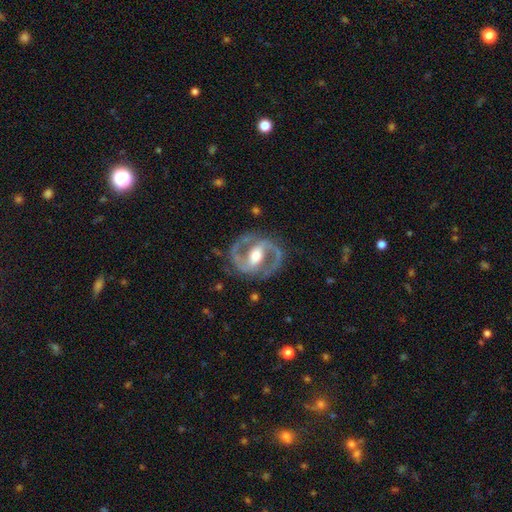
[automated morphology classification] This is clearly a featured or disk galaxy (91%). It is clearly not viewed edge-on (98%). Bar: marginally strong (45%). Spiral arm pattern: clearly yes (96%). Spiral arm count: clearly 2 (94%). Spiral winding: likely medium (64%). Central bulge: likely moderate (70%). Merging: clearly none (82%).